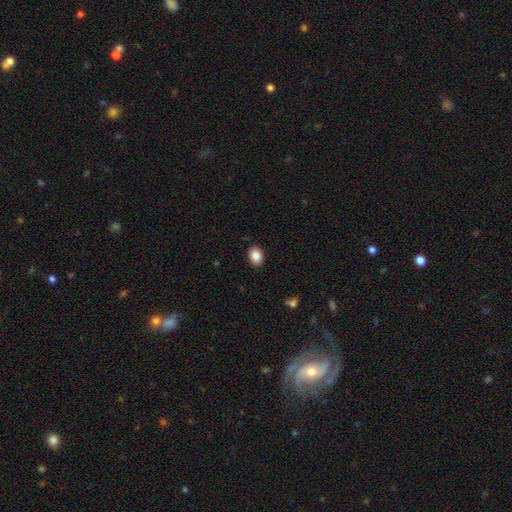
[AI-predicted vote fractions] Smooth or featured? Predicted: smooth (p=0.87). How rounded? Predicted: in between (p=0.70). Merging? Predicted: none (p=0.88).